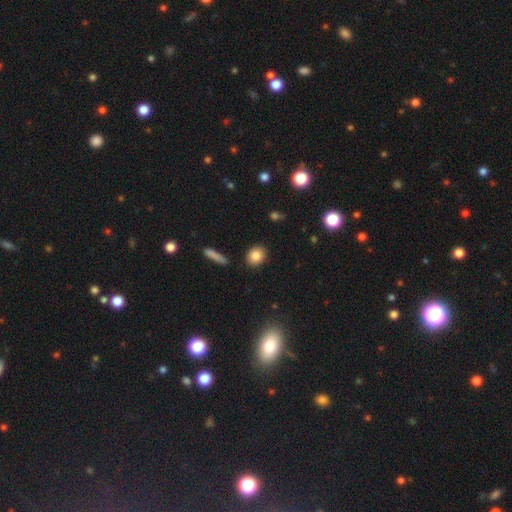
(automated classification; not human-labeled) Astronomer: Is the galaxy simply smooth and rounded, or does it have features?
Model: smooth — 84%.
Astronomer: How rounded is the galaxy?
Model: round — 61%.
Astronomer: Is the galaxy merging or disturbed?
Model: none — 88%.